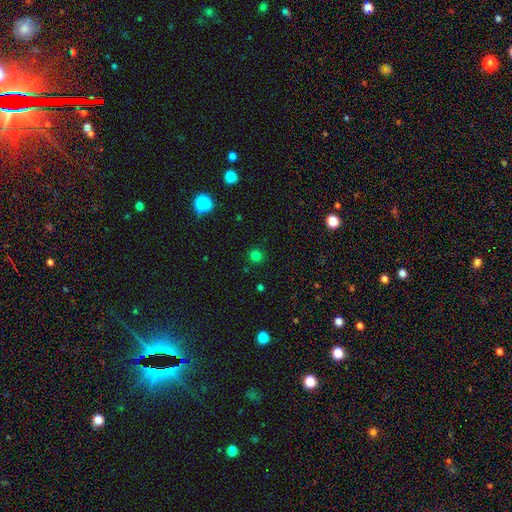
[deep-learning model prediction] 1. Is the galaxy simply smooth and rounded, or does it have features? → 78% smooth, 18% star or artifact, 4% featured or disk.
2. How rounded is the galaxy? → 93% round, 6% in between, 1% cigar-shaped.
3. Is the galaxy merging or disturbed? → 90% none, 6% minor disturbance, 2% major disturbance, 2% merger.